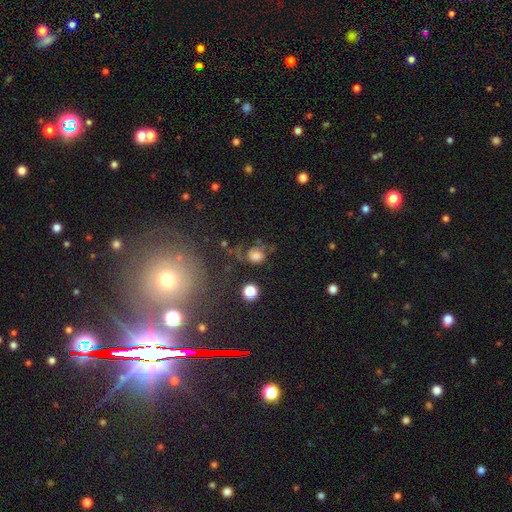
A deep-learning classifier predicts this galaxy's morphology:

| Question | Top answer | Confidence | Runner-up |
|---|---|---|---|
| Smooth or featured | smooth | 61% | featured or disk (22%) |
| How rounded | round | 67% | in between (32%) |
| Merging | none | 46% | major disturbance (24%) |